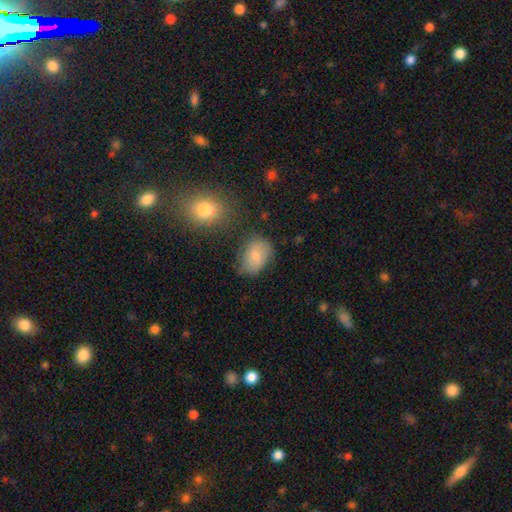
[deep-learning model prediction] Morphology: type=smooth (74%); roundness=in between (73%); merging=none (61%).